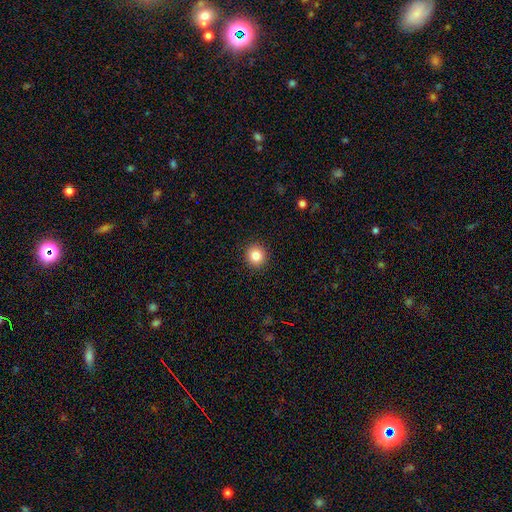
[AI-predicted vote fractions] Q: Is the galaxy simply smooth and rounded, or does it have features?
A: smooth — 85%.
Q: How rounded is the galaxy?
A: round — 91%.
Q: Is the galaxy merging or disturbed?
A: none — 92%.